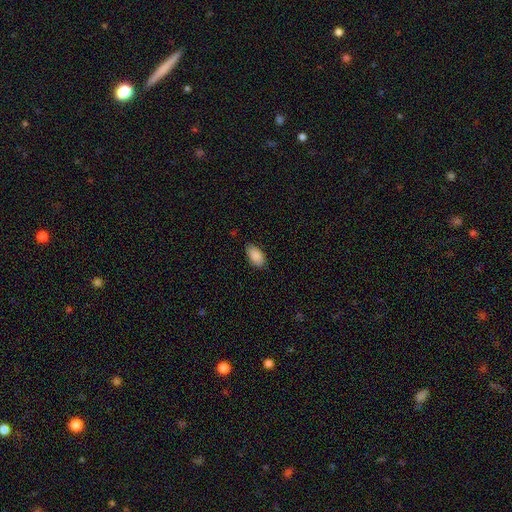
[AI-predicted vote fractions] Overall: smooth (89%). How rounded: in between (95%). Merging: none (83%).